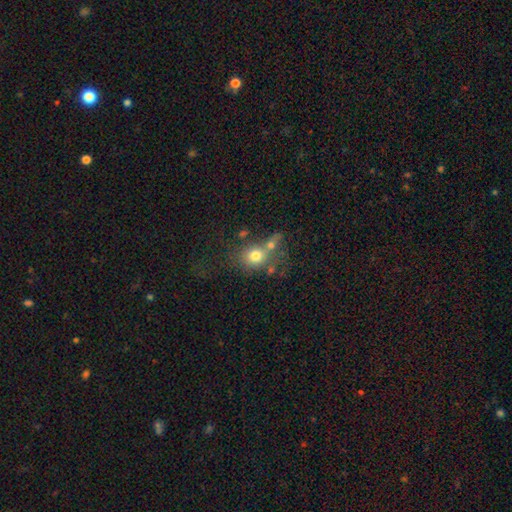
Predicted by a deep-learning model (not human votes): Smooth or featured? Predicted: smooth (p=0.73). How rounded? Predicted: round (p=0.68). Merging? Predicted: merger (p=0.43).